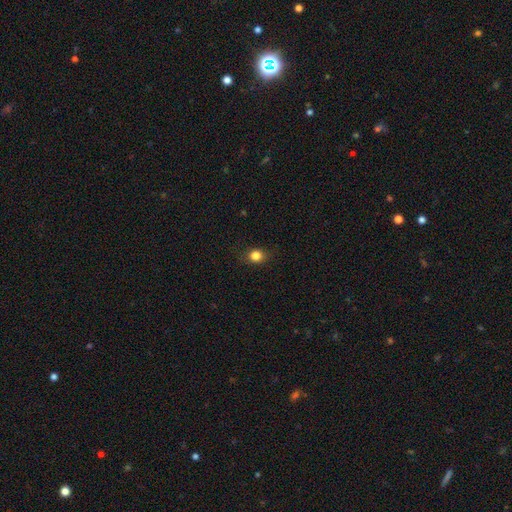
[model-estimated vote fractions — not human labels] A smooth galaxy with no disk features (82%) that is round (71%). Merging: none (85%).